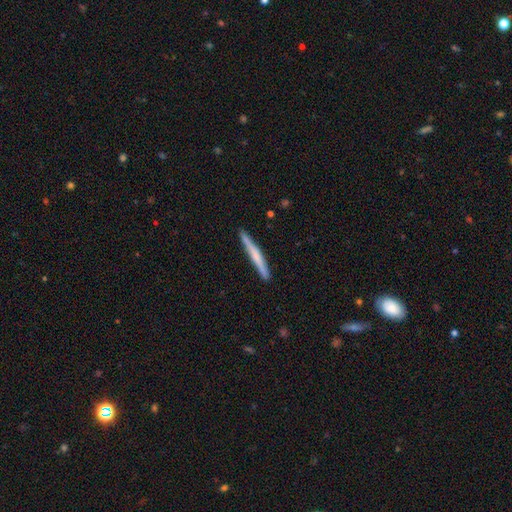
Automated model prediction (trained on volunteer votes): Q: Smooth or featured?
A: smooth (50%); runner-up: featured or disk (45%)
Q: Merging?
A: none (91%); runner-up: minor disturbance (7%)